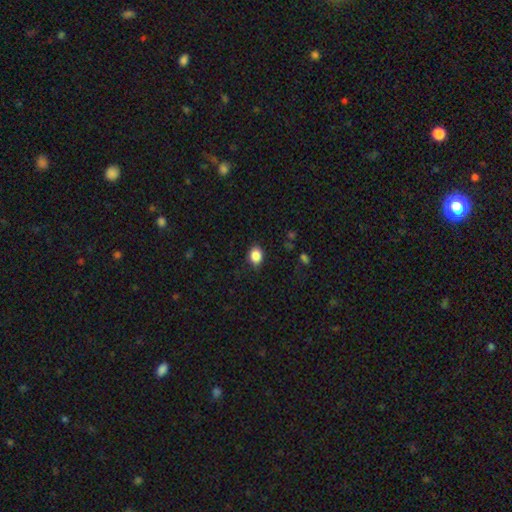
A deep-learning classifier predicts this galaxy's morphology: Smooth or featured: smooth — 87% (star or artifact — 10%)
How rounded: round — 52% (in between — 47%)
Merging: none — 83% (minor disturbance — 13%)